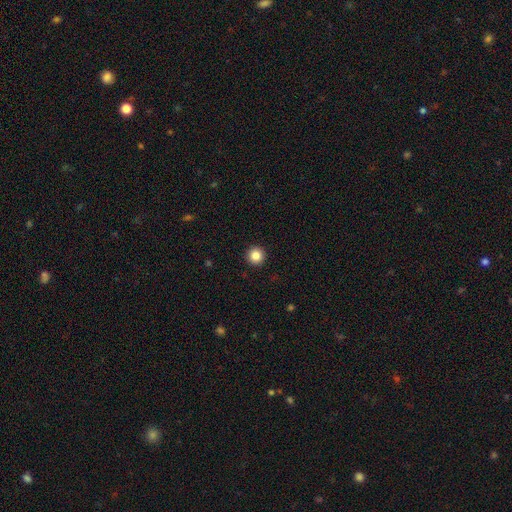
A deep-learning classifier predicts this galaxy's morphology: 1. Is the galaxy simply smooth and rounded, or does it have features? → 86% smooth, 10% star or artifact, 4% featured or disk.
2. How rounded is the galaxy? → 96% round, 3% in between, 1% cigar-shaped.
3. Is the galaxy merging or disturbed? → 93% none, 4% minor disturbance, 1% major disturbance, 1% merger.